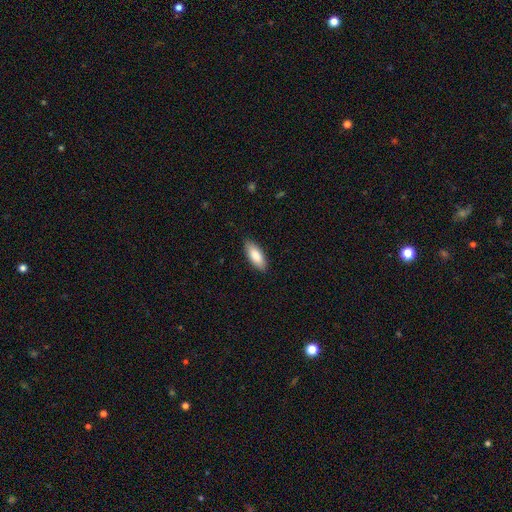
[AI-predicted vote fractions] A smooth galaxy with no disk features (86%) that is in between round and cigar-shaped (76%).

Vote fractions:
- Smooth or featured? smooth: 86% / featured or disk: 9% / star or artifact: 5%
- How rounded? in between: 76% / cigar-shaped: 23% / round: 2%
- Merging? none: 87% / minor disturbance: 10% / major disturbance: 2% / merger: 1%